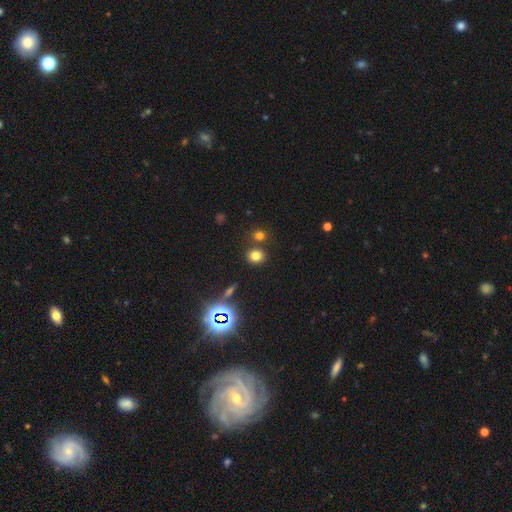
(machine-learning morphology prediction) This is likely a smooth galaxy (72%). How rounded: likely round (73%). Merging: likely none (76%).